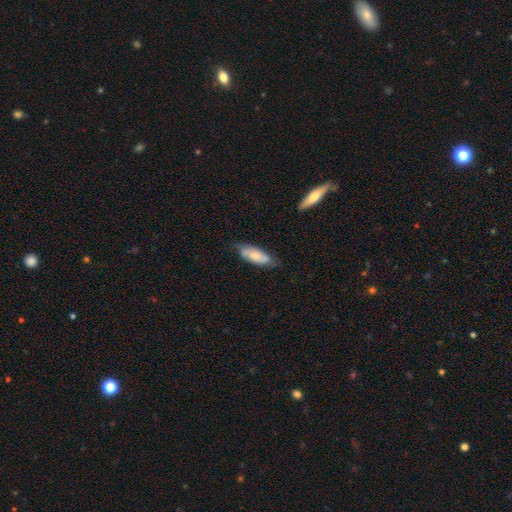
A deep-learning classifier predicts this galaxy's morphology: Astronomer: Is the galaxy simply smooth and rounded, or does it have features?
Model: smooth — 59% (runner-up: featured or disk, 35%).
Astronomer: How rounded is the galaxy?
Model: in between — 70%.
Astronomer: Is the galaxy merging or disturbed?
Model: none — 66%.